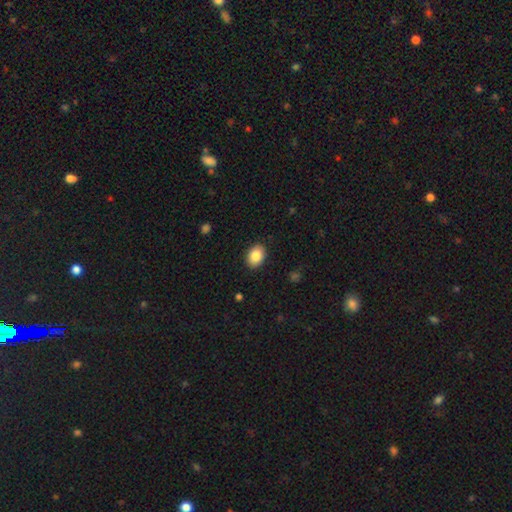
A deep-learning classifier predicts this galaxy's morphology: Smooth or featured? smooth (86%)
How rounded? in between (75%)
Merging? none (89%)